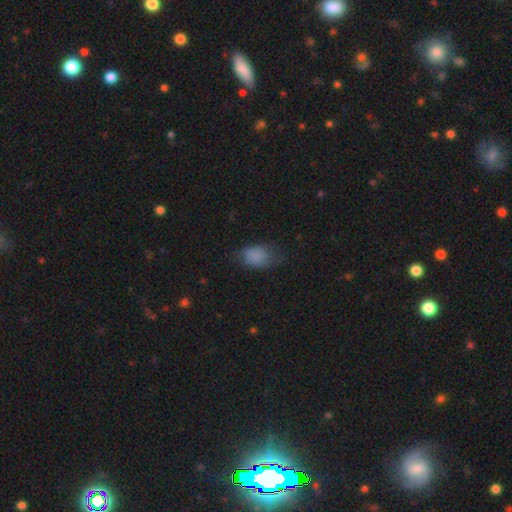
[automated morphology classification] type=smooth (81%); roundness=in between (82%); merging=none (56%).